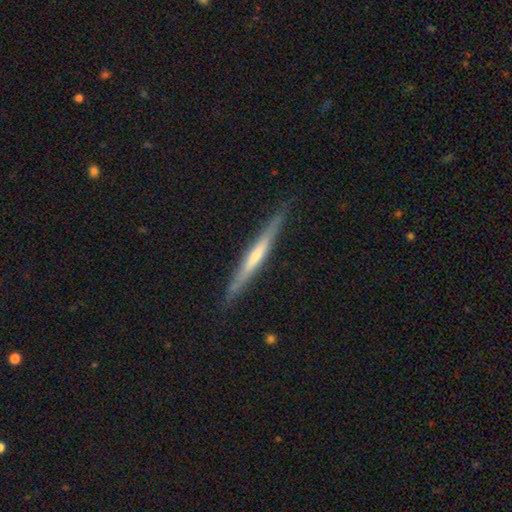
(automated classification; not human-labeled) smooth-or-featured: featured or disk: 71% | smooth: 23% | star or artifact: 6%
  disk-edge-on: yes: 97% | no: 3%
    edge-on-bulge: rounded: 57% | none: 36% | boxy: 8%
  merging: none: 89% | minor disturbance: 8% | major disturbance: 1% | merger: 1%